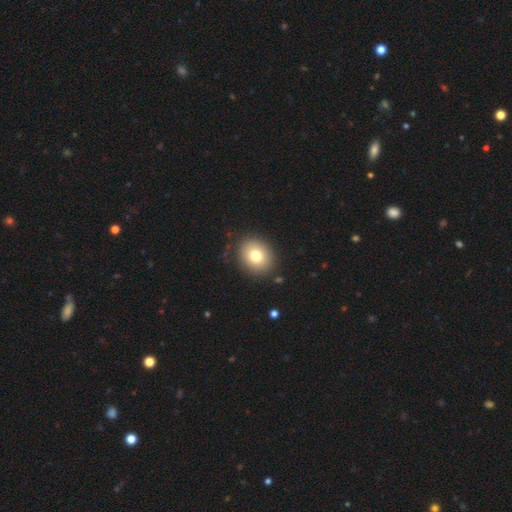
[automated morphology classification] A smooth galaxy with no disk features (78%) that is round (56%). Merging: none (87%).